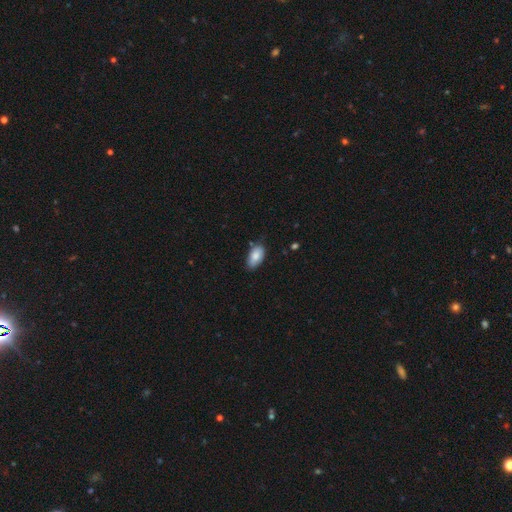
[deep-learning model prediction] smooth 83%, featured or disk 10%, star or artifact 7%. Down the decision tree: how rounded — in between (94%); merging — none (73%).